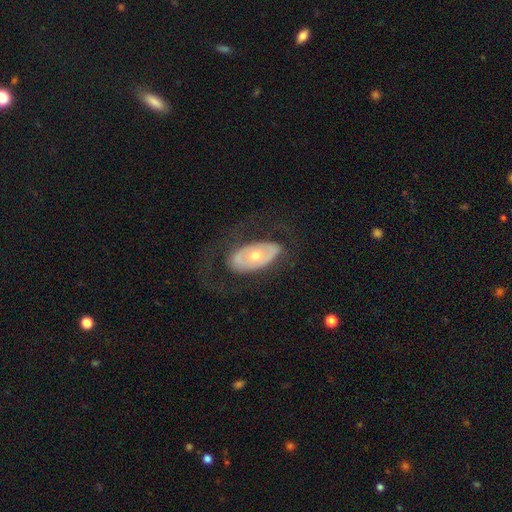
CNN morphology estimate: A featured or disk galaxy (65%) with no bar (79%), no spiral arms (71%) and a moderate central bulge (67%). Merging: none (68%).